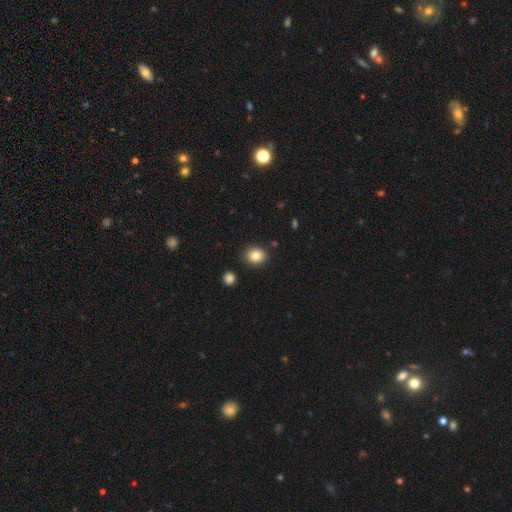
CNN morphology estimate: smooth-or-featured: smooth: 84% | star or artifact: 9% | featured or disk: 7%
  how-rounded: round: 59% | in between: 40% | cigar-shaped: 1%
  merging: none: 88% | minor disturbance: 8% | merger: 2% | major disturbance: 2%